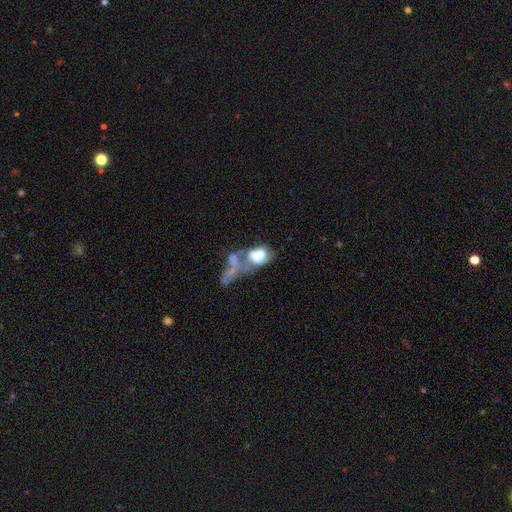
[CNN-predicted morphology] Smooth or featured? featured or disk (43%, tied with smooth)
Merging? merger (62%)